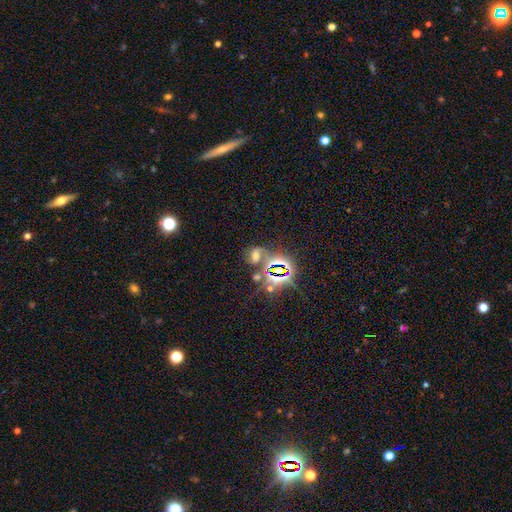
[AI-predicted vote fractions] Morphology: type=star or artifact (47%).